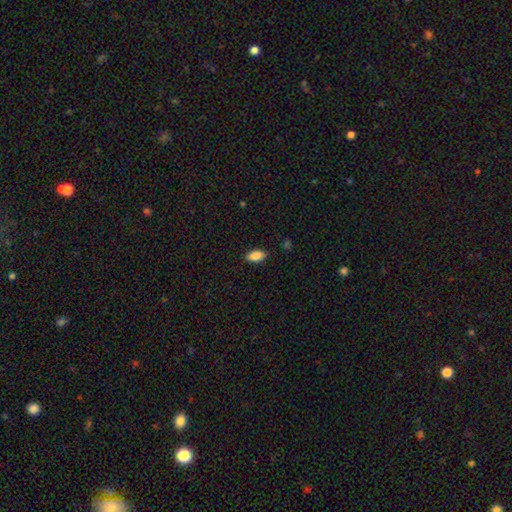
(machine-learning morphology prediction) Overall: smooth (88%). How rounded: in between (92%). Merging: none (88%).